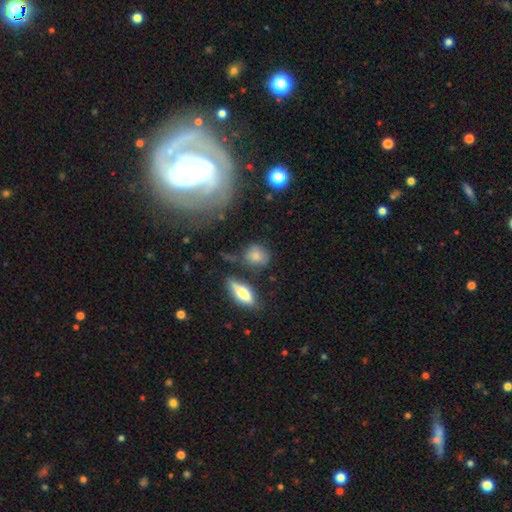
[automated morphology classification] Smooth or featured?
  - smooth: 72% *
  - featured or disk: 16%
  - star or artifact: 12%
How rounded?
  - round: 62% *
  - in between: 33%
  - cigar-shaped: 4%
Merging?
  - none: 61% *
  - minor disturbance: 22%
  - merger: 9%
  - major disturbance: 8%